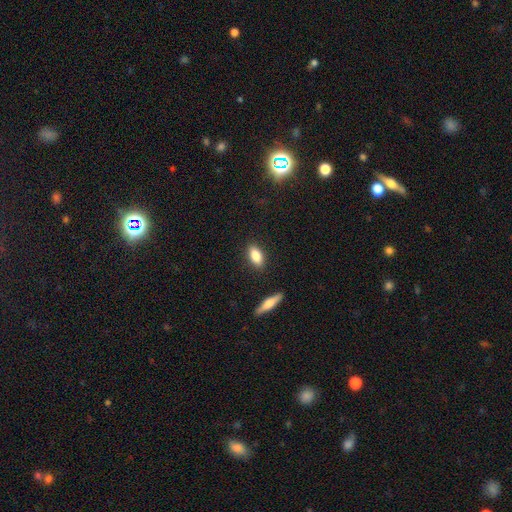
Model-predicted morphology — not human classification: type=smooth (84%); roundness=in between (84%); merging=none (87%).